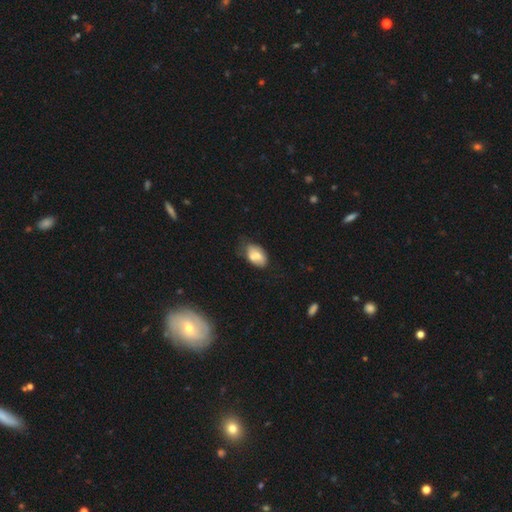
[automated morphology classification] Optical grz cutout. It shows a smooth galaxy with no disk features (65%) that is in between round and cigar-shaped (90%). Merging: none (47%).